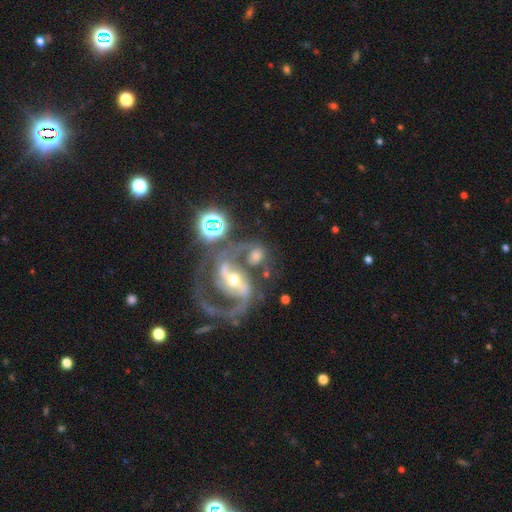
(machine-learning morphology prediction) Smooth or featured? featured or disk (67%)
Edge-on disk? no (96%)
Bar? strong (42%)
Spiral arms? yes (90%)
Spiral winding? medium (45%)
Spiral arm count? 2 (87%)
Bulge size? moderate (64%)
Merging? none (45%)